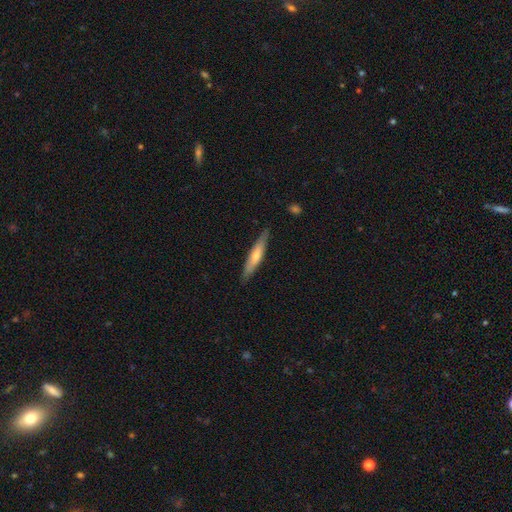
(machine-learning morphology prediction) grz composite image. It shows a smooth galaxy with no disk features (50%). Merging: none (85%).